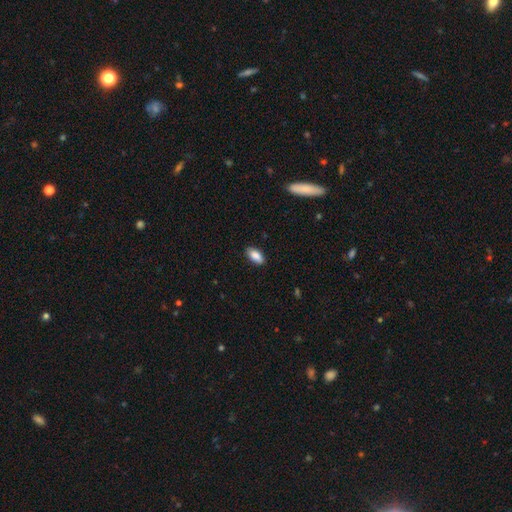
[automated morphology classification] smooth-or-featured: smooth: 88% | star or artifact: 7% | featured or disk: 6%
  how-rounded: in between: 91% | cigar-shaped: 7% | round: 3%
  merging: none: 86% | minor disturbance: 11% | major disturbance: 2% | merger: 1%